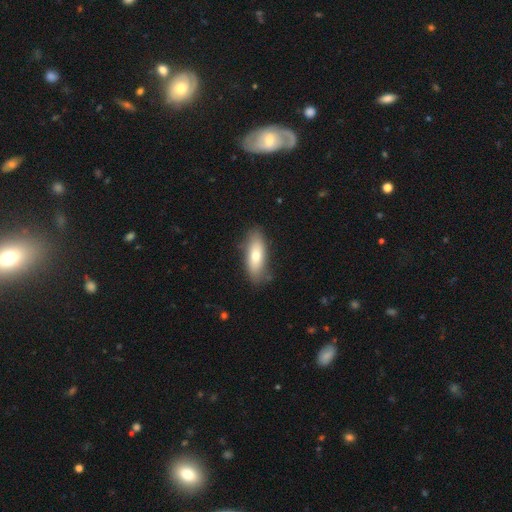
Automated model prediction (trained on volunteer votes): This is likely a smooth galaxy (69%). How rounded: likely in between (68%). Merging: likely none (79%).